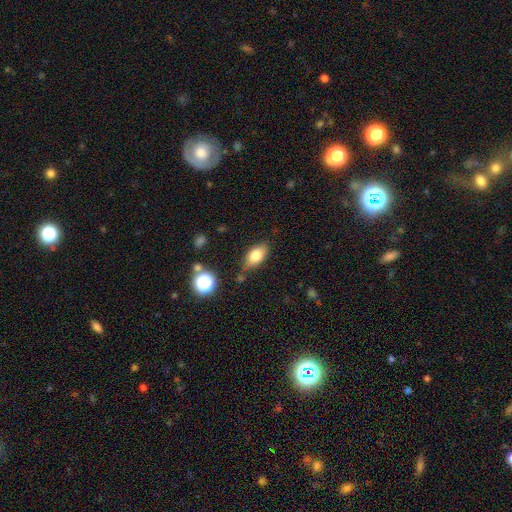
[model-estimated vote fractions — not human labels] Morphology: type=smooth (75%); roundness=in between (85%); merging=none (73%).